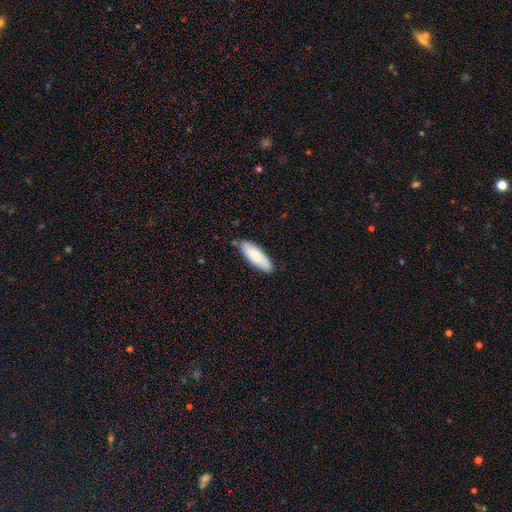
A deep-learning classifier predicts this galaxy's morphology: Smooth or featured? Predicted: smooth (p=0.82). How rounded? Predicted: in between (p=0.59). Merging? Predicted: none (p=0.82).